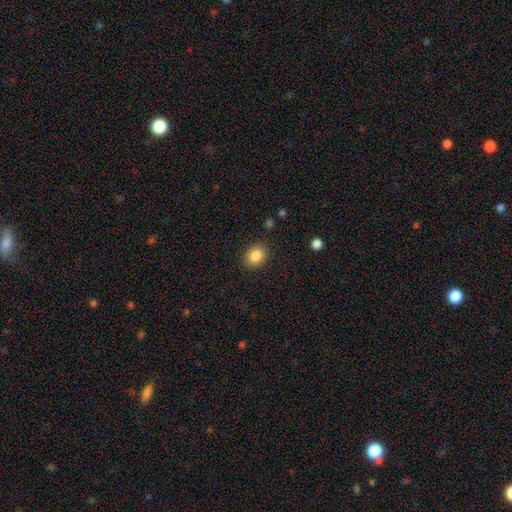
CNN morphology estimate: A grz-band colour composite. It shows a smooth galaxy with no disk features (85%) that is round (57%). Merging: none (87%).